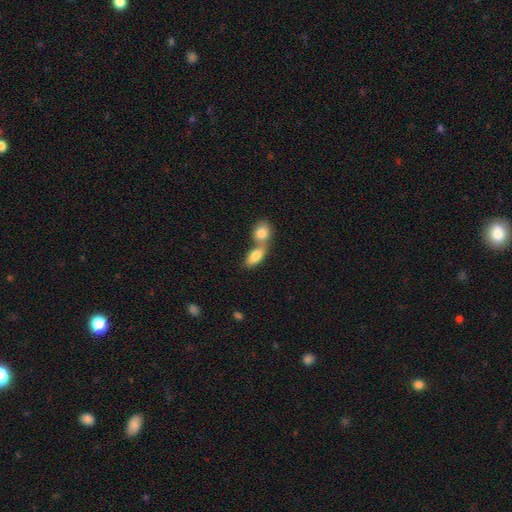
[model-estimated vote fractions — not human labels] This appears to be a smooth galaxy with no disk features (81%) that is in between round and cigar-shaped (82%). Merging: merger (71%).